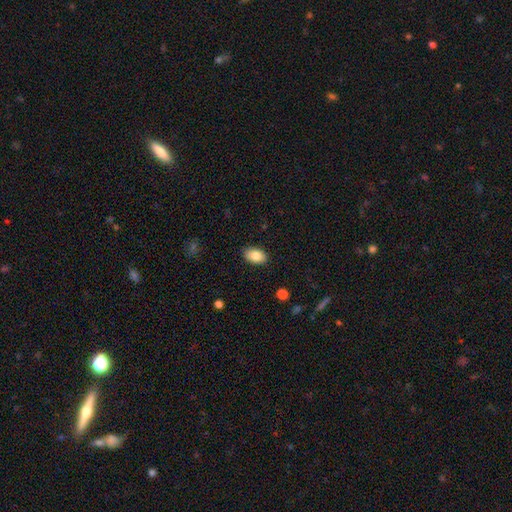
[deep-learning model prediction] This appears to be a smooth galaxy with no disk features (84%) that is in between round and cigar-shaped (90%). Merging: none (88%).